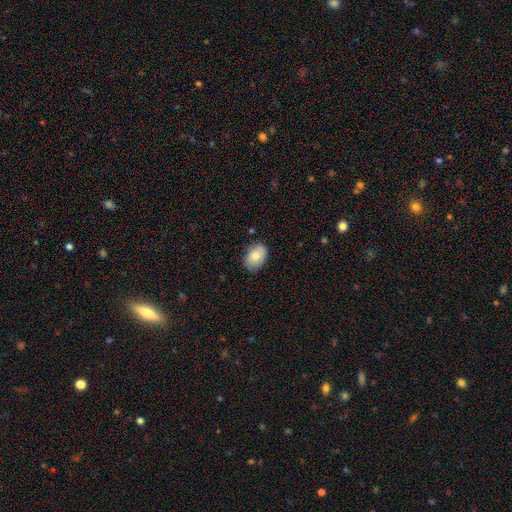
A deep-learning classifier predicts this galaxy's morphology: type=smooth (81%); roundness=in between (83%); merging=none (81%).